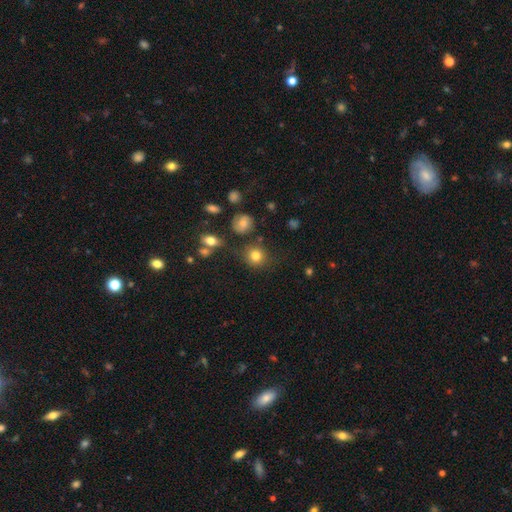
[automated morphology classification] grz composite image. It shows a smooth galaxy with no disk features (81%) that is round (88%). Merging: none (79%).